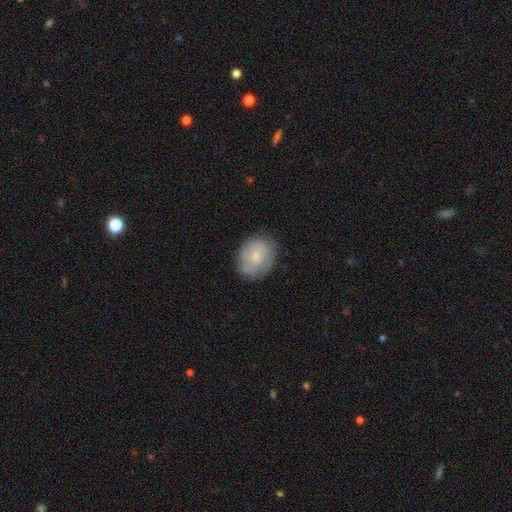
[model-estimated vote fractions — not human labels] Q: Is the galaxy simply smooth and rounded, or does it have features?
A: smooth — 60%.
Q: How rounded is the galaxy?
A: round — 53%.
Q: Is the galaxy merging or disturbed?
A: none — 74%.